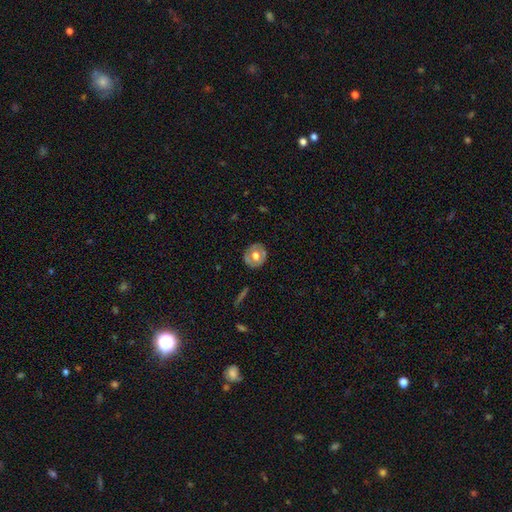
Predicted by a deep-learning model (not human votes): smooth_or_featured: smooth (p=0.49) [alt: featured or disk p=0.44]
merging: none (p=0.82) [alt: minor disturbance p=0.13]